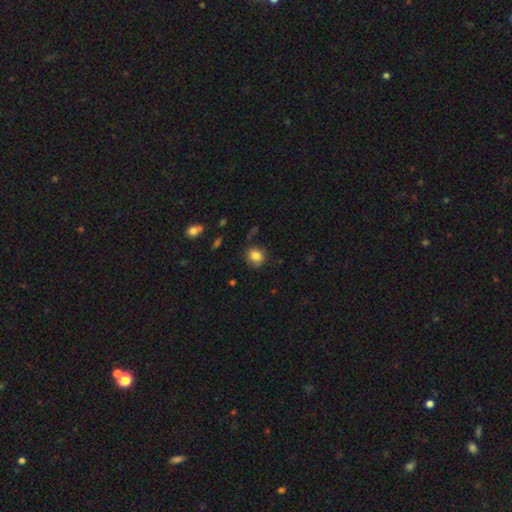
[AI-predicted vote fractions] Smooth or featured?
  - smooth: 83% *
  - star or artifact: 10%
  - featured or disk: 7%
How rounded?
  - round: 79% *
  - in between: 20%
  - cigar-shaped: 1%
Merging?
  - none: 77% *
  - minor disturbance: 17%
  - major disturbance: 4%
  - merger: 2%